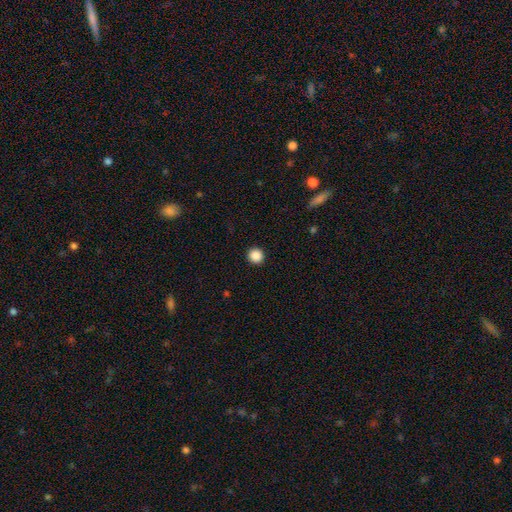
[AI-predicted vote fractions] smooth-or-featured: smooth: 88% | star or artifact: 10% | featured or disk: 2%
  how-rounded: round: 94% | in between: 5% | cigar-shaped: 1%
  merging: none: 93% | minor disturbance: 4% | major disturbance: 2% | merger: 1%